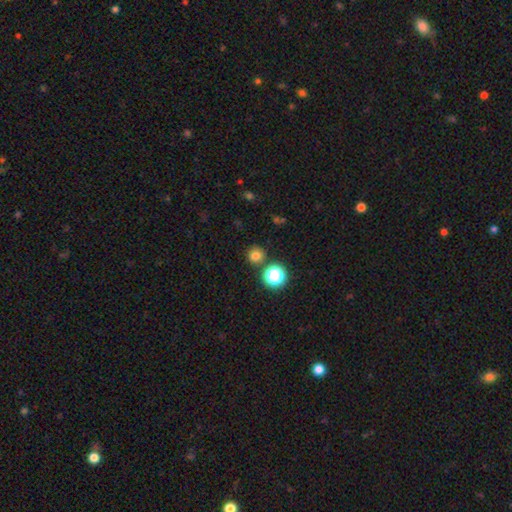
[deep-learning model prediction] Overall: smooth (76%). How rounded: round (92%). Merging: none (83%).